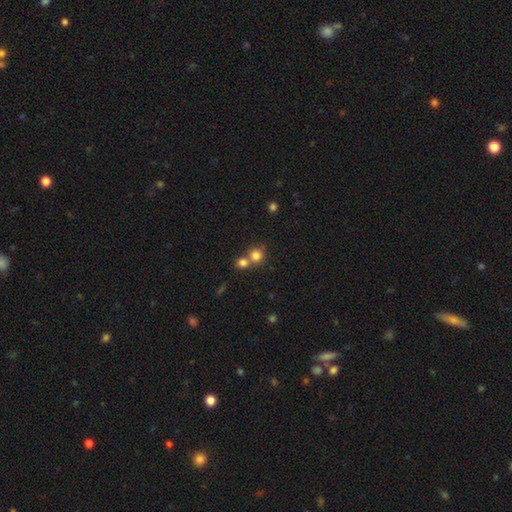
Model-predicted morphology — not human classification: smooth-or-featured: smooth: 79% | star or artifact: 13% | featured or disk: 8%
  how-rounded: round: 87% | in between: 12% | cigar-shaped: 1%
  merging: none: 47% | merger: 44% | minor disturbance: 6% | major disturbance: 3%